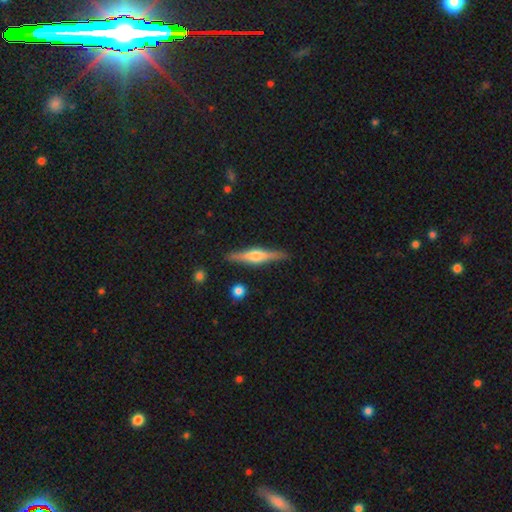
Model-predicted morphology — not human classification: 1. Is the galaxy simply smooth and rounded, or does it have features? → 69% featured or disk, 25% smooth, 6% star or artifact.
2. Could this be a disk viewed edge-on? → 97% yes, 3% no.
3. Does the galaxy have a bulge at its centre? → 88% rounded, 9% boxy, 4% none.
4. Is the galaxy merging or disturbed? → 89% none, 8% minor disturbance, 2% major disturbance, 1% merger.